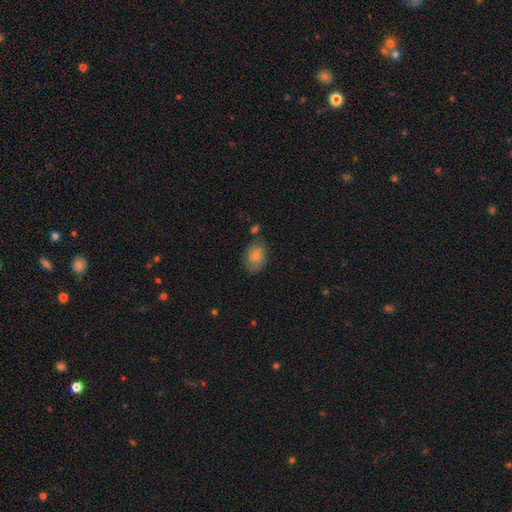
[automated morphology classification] Smooth or featured: smooth — 79% (featured or disk — 13%)
How rounded: in between — 80% (round — 19%)
Merging: none — 66% (minor disturbance — 22%)